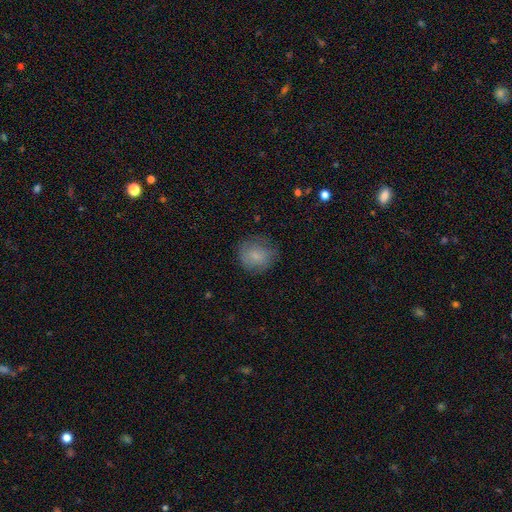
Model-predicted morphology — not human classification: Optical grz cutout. It shows a smooth galaxy with no disk features (78%) that is round (83%). Merging: none (72%).